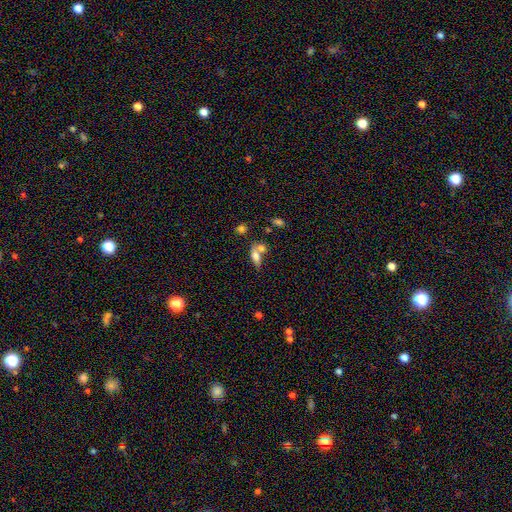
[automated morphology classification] Overall: smooth (70%). How rounded: in between (73%). Merging: merger (46%; none 35%).